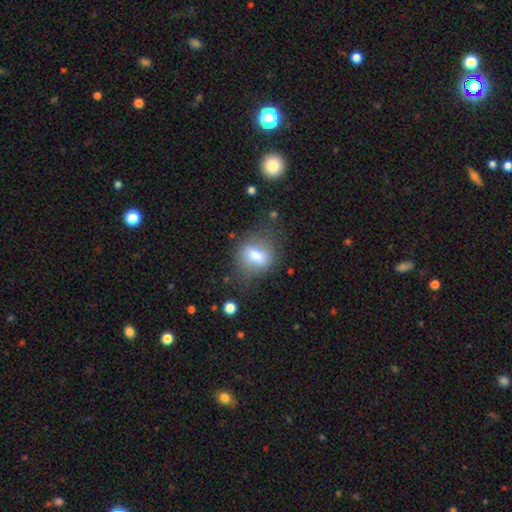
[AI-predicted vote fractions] The model was most divided on "how rounded": in between: 59%, round: 33%, cigar-shaped: 8%. More confident: smooth or featured — smooth (64%); merging — none (60%).